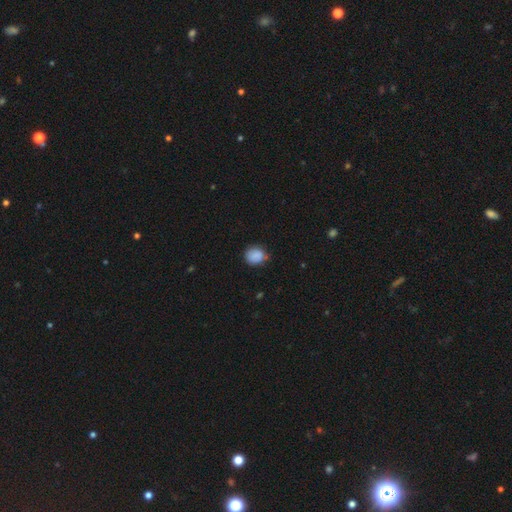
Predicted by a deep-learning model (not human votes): Smooth or featured: smooth — 86% (star or artifact — 9%)
How rounded: round — 70% (in between — 29%)
Merging: none — 69% (minor disturbance — 25%)